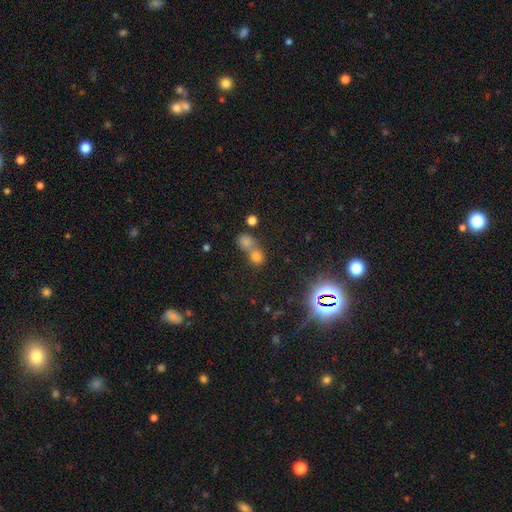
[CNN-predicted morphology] This appears to be a smooth galaxy with no disk features (56%) that is round (73%). Merging: merger (56%).